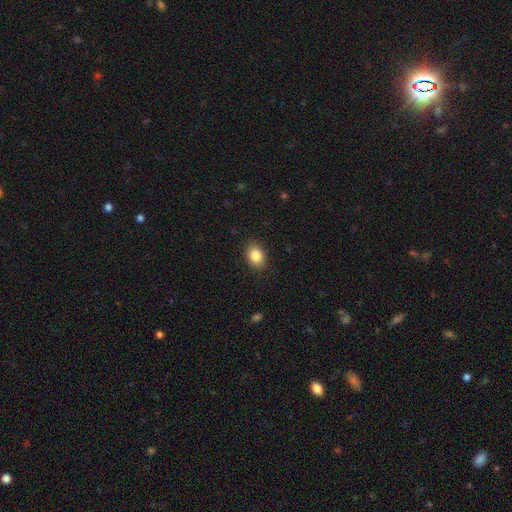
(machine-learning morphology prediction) type=smooth (85%); roundness=in between (72%); merging=none (88%).